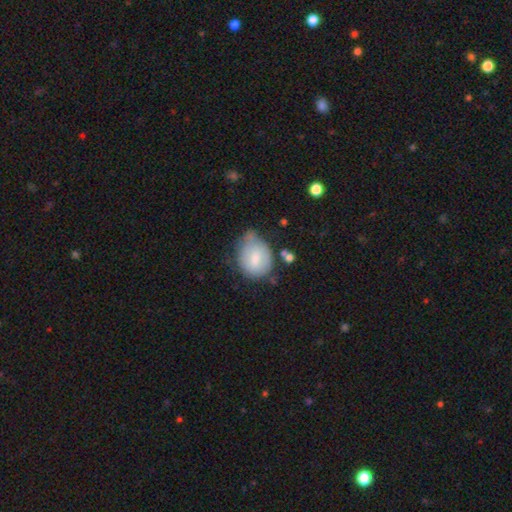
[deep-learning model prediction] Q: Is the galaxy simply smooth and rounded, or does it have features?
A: smooth — 67%.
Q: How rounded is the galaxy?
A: in between — 59%.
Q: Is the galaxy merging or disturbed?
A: none — 41%.